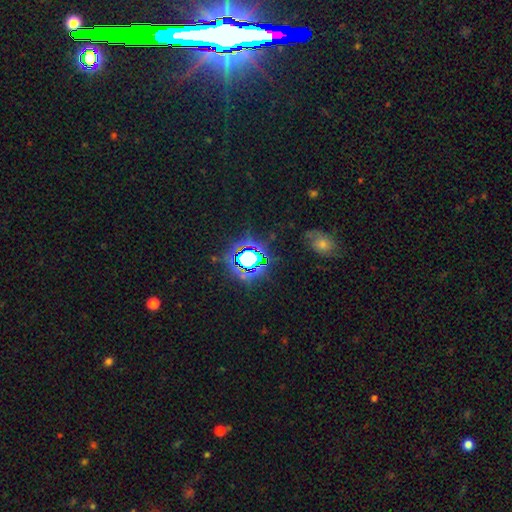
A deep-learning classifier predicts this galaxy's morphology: This appears to be a star or artifact, not a galaxy (75%).